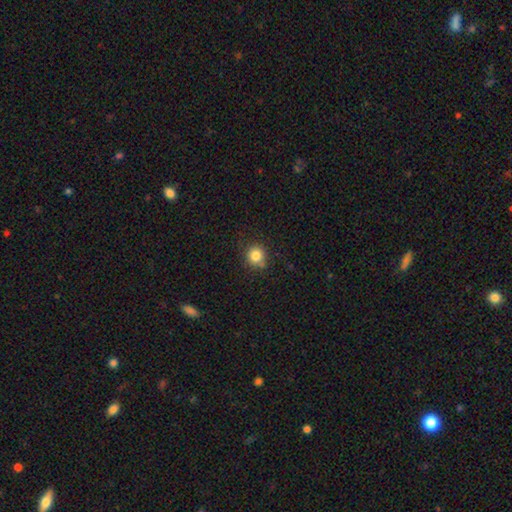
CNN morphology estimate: This is clearly a smooth galaxy (83%). How rounded: clearly round (90%). Merging: clearly none (82%).